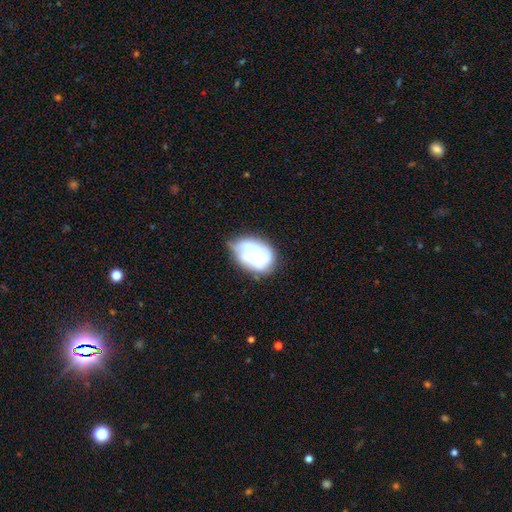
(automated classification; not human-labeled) Q: Smooth or featured?
A: featured or disk (57%); runner-up: smooth (33%)
Q: Edge-on disk?
A: no (97%); runner-up: yes (3%)
Q: Bar?
A: no (82%); runner-up: weak (12%)
Q: Spiral arms?
A: no (72%); runner-up: yes (28%)
Q: Bulge size?
A: moderate (39%); runner-up: large (29%)
Q: Merging?
A: merger (30%); runner-up: none (29%)